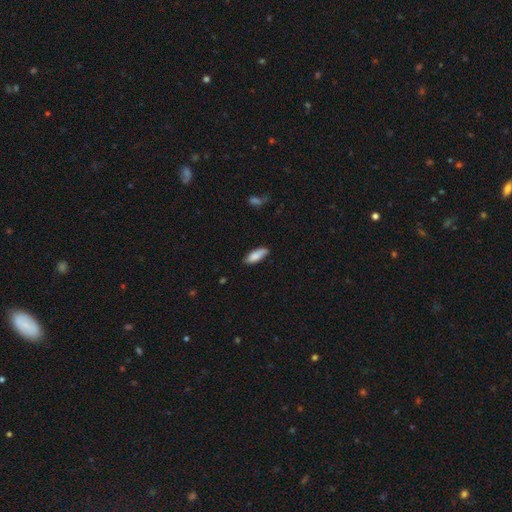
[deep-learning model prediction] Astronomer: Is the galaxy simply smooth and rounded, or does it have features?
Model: smooth — 83%.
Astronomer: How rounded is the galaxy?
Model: in between — 65%.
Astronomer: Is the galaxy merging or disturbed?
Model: none — 73%.